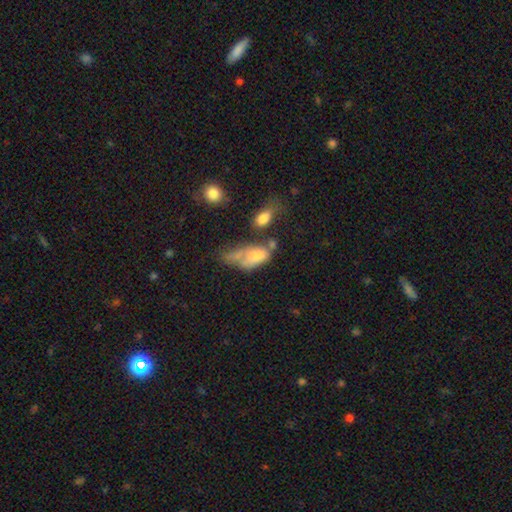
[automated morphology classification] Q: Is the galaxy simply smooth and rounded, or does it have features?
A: smooth — 61%.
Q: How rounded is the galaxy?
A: in between — 86%.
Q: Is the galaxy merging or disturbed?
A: major disturbance — 32%.